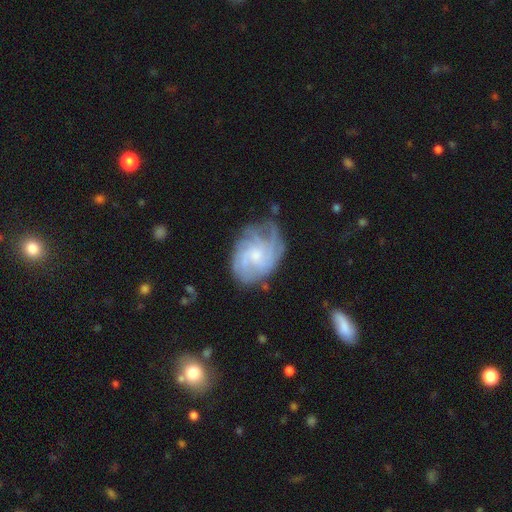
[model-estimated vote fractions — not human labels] A featured or disk galaxy (74%) with no bar (68%), tight (50%) spiral arms (91%) and a small central bulge (49%).

Vote fractions:
- Smooth or featured? featured or disk: 74% / smooth: 19% / star or artifact: 7%
- Edge-on disk? no: 97% / yes: 3%
- Bar? no: 68% / weak: 28% / strong: 3%
- Spiral arms? yes: 91% / no: 9%
- Spiral winding? tight: 50% / medium: 36% / loose: 14%
- Spiral arm count? can't tell: 42% / 4: 18% / 3: 15% / 2: 11% / more than 4: 8% / 1: 6%
- Bulge size? small: 49% / moderate: 37% / none: 9% / large: 4% / dominant: 1%
- Merging? none: 59% / minor disturbance: 26% / major disturbance: 13% / merger: 2%